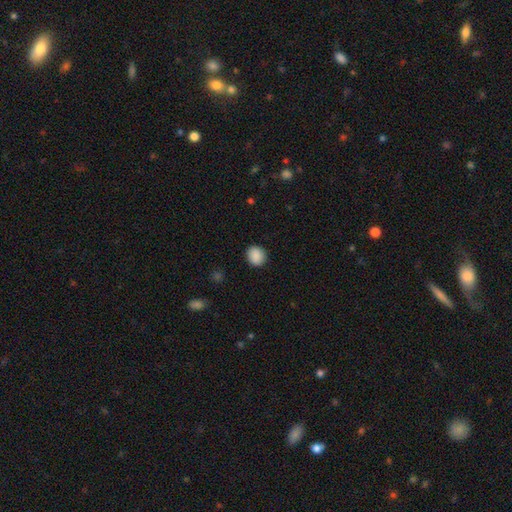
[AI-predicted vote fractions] This is clearly a smooth galaxy (89%). How rounded: likely round (78%). Merging: clearly none (90%).